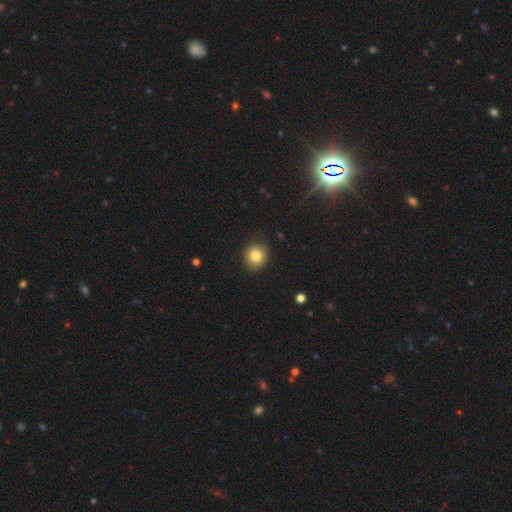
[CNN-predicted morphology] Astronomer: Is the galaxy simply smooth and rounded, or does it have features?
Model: smooth — 82%.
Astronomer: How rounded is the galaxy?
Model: round — 86%.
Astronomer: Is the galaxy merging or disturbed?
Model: none — 88%.